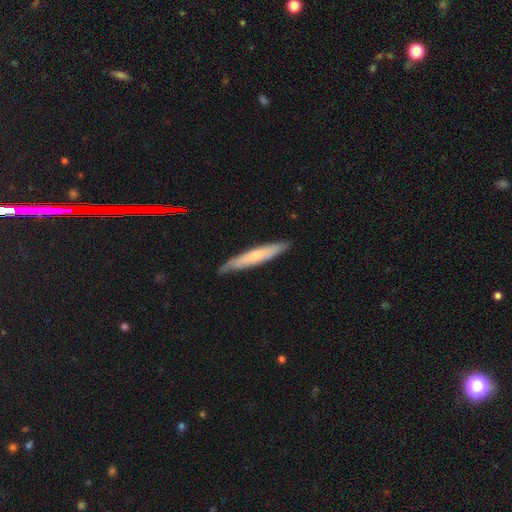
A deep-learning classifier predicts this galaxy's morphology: Smooth or featured: smooth — 55% (featured or disk — 39%)
How rounded: cigar-shaped — 93% (in between — 6%)
Merging: none — 87% (minor disturbance — 10%)